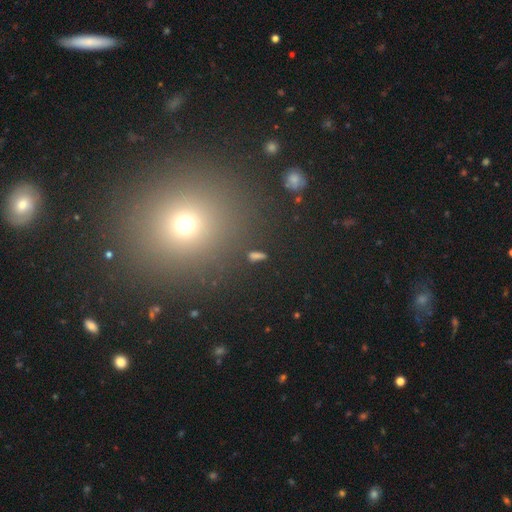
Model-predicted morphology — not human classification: A smooth galaxy with no disk features (50%). Merging: none (87%).